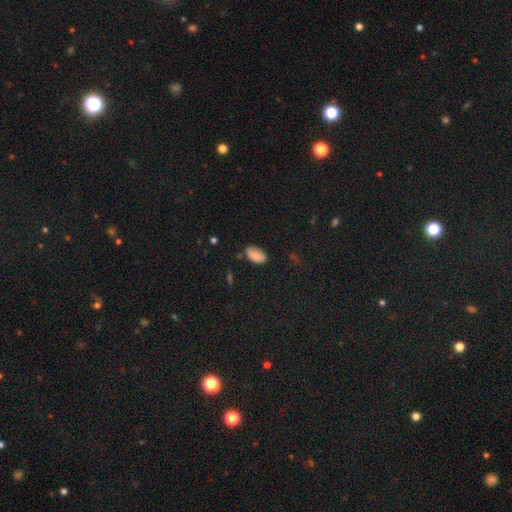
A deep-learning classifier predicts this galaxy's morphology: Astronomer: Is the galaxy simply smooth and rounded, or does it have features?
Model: smooth — 86%.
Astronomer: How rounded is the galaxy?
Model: in between — 94%.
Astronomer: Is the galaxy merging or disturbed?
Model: none — 74%.